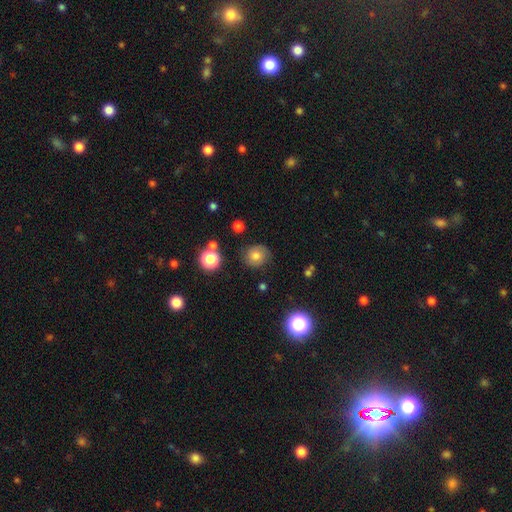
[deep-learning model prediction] This is likely a smooth galaxy (64%). How rounded: clearly round (80%). Merging: likely none (78%).